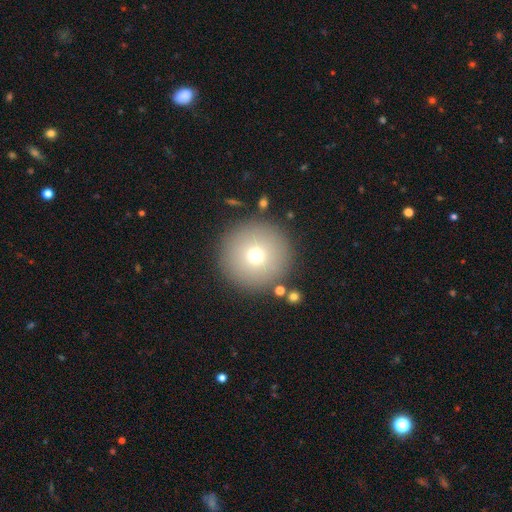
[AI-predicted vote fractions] Overall: smooth (74%). How rounded: round (97%). Merging: none (89%).